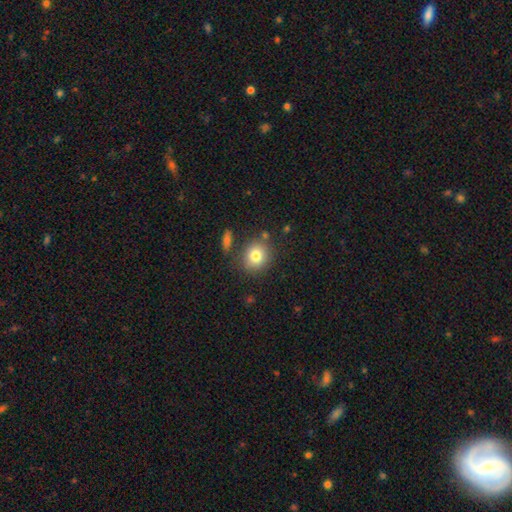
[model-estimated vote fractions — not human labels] This appears to be a smooth galaxy with no disk features (80%) that is round (78%). Merging: none (79%).